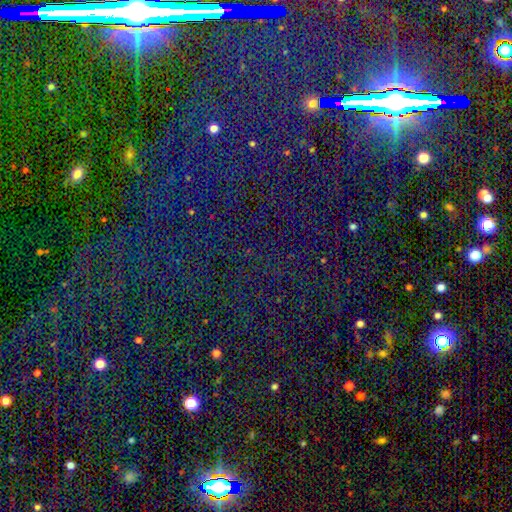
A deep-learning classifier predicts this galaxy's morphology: The model was most divided on "smooth or featured": star or artifact: 84%, smooth: 9%, featured or disk: 7%.